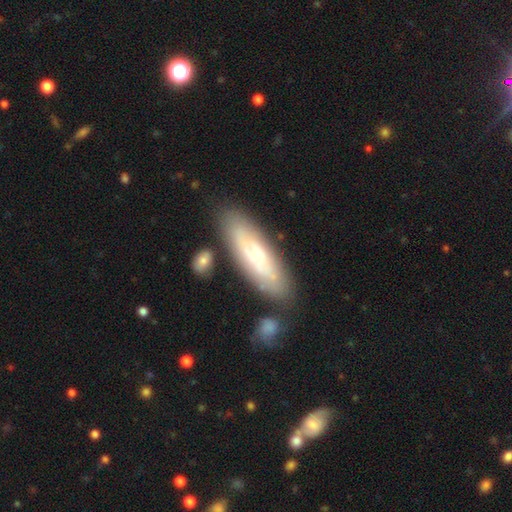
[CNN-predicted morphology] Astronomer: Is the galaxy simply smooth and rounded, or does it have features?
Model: smooth — 49% (runner-up: featured or disk, 44%).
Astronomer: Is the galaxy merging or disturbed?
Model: none — 74%.